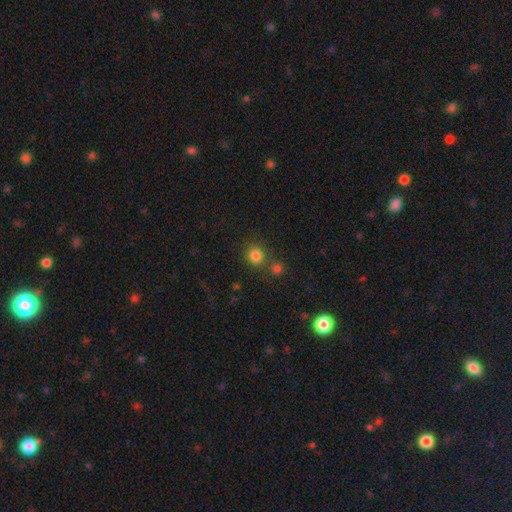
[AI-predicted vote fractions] smooth_or_featured: smooth (p=0.81) [alt: star or artifact p=0.14]
how_rounded: round (p=0.88) [alt: in between p=0.11]
merging: none (p=0.68) [alt: merger p=0.20]